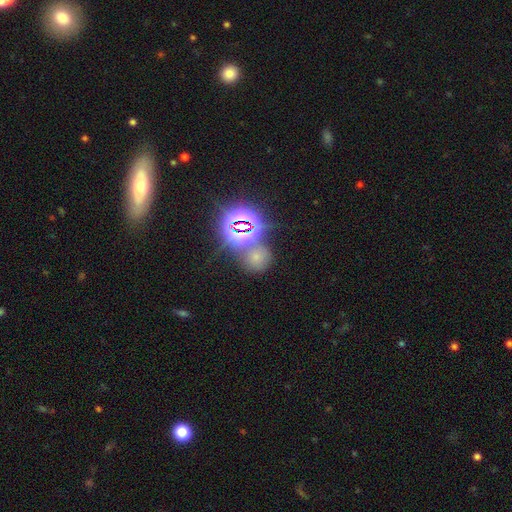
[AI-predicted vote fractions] Smooth or featured?
  - smooth: 49% *
  - star or artifact: 42%
  - featured or disk: 9%
Merging?
  - none: 62% *
  - merger: 19%
  - minor disturbance: 12%
  - major disturbance: 6%